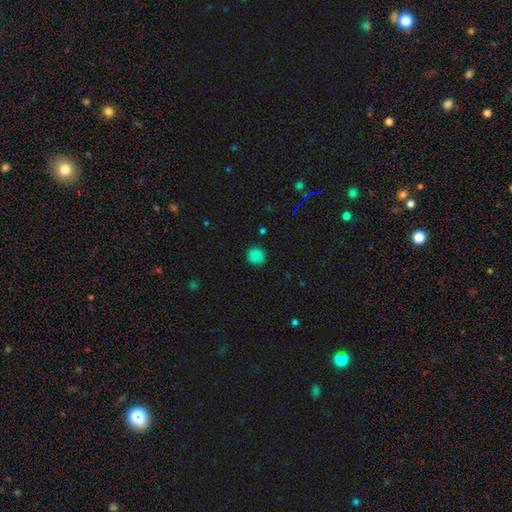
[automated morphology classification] This is clearly a smooth galaxy (82%). How rounded: clearly round (91%). Merging: clearly none (84%).